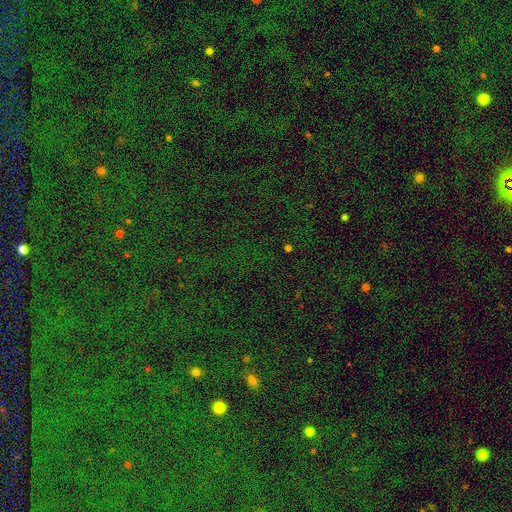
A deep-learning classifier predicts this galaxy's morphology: This is clearly a star or artifact rather than a galaxy (82%).